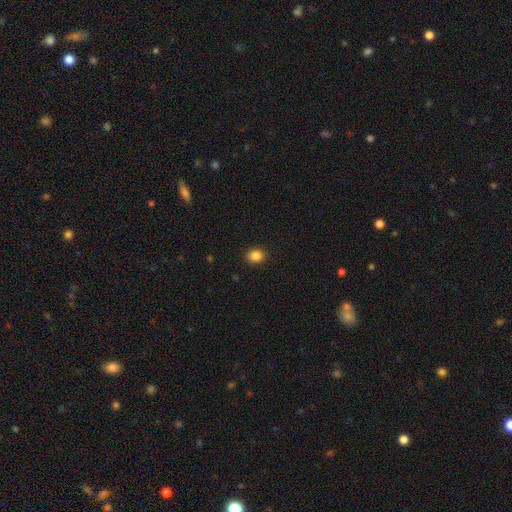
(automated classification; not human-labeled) smooth-or-featured: smooth: 85% | star or artifact: 10% | featured or disk: 5%
  how-rounded: round: 56% | in between: 44% | cigar-shaped: 1%
  merging: none: 90% | minor disturbance: 7% | major disturbance: 2% | merger: 1%